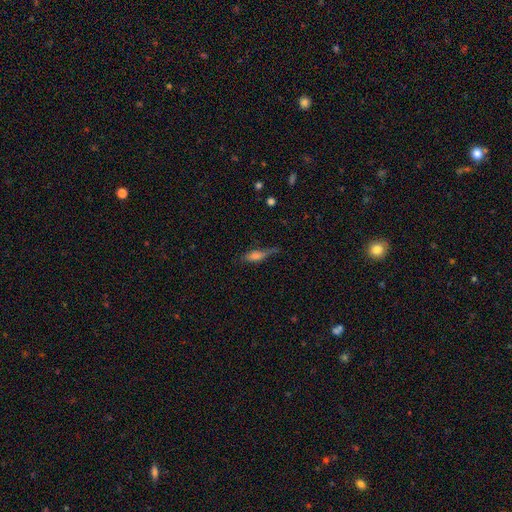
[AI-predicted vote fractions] smooth-or-featured: smooth: 52% | featured or disk: 34% | star or artifact: 13%
  how-rounded: cigar-shaped: 61% | in between: 35% | round: 4%
  merging: none: 53% | minor disturbance: 30% | major disturbance: 14% | merger: 4%